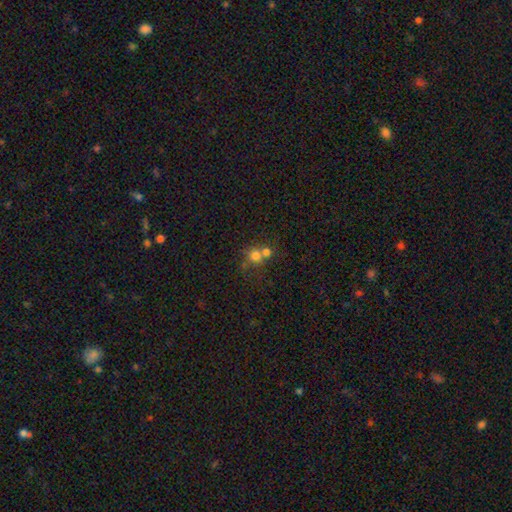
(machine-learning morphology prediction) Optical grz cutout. It shows a smooth galaxy with no disk features (72%) that is round (86%). Merging: merger (50%).